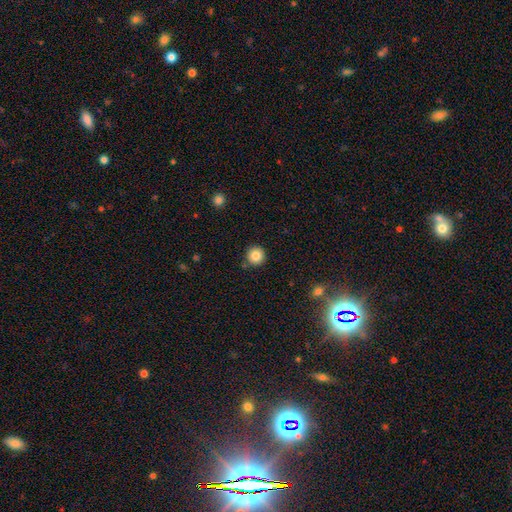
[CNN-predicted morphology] This is clearly a smooth galaxy (84%). How rounded: clearly round (95%). Merging: clearly none (87%).